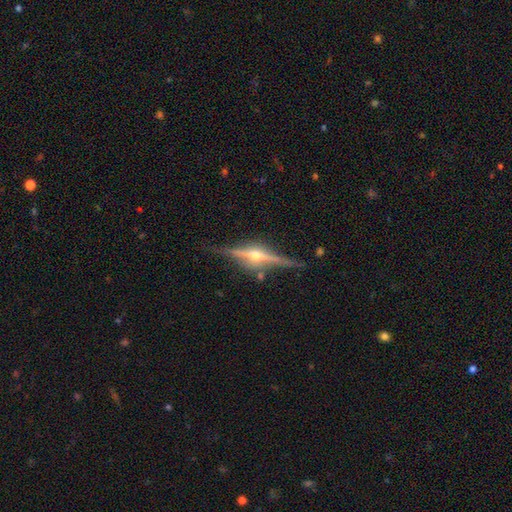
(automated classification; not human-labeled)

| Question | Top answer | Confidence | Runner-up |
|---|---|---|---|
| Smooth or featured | featured or disk | 86% | smooth (8%) |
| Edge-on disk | yes | 98% | no (2%) |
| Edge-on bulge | rounded | 95% | boxy (3%) |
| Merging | none | 85% | minor disturbance (10%) |